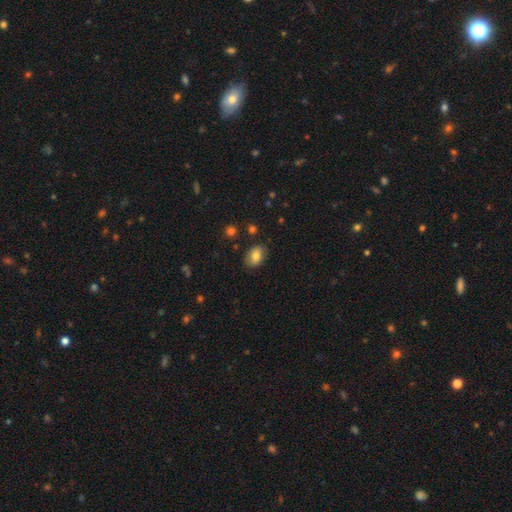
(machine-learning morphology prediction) This appears to be a smooth galaxy with no disk features (80%) that is in between round and cigar-shaped (79%). Merging: none (82%).